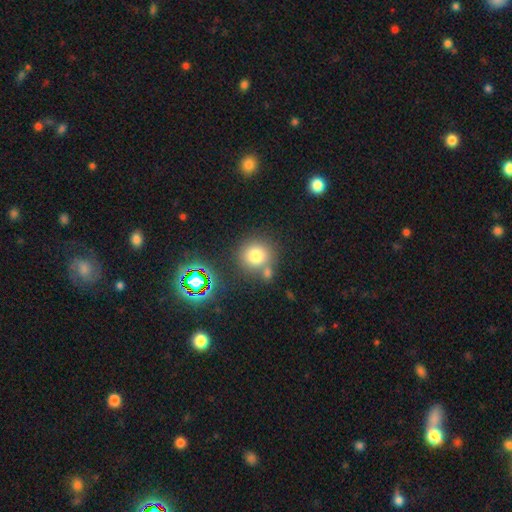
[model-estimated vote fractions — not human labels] A smooth galaxy with no disk features (75%) that is round (90%).

Vote fractions:
- Smooth or featured? smooth: 75% / star or artifact: 16% / featured or disk: 9%
- How rounded? round: 90% / in between: 9% / cigar-shaped: 1%
- Merging? none: 66% / merger: 20% / minor disturbance: 10% / major disturbance: 4%